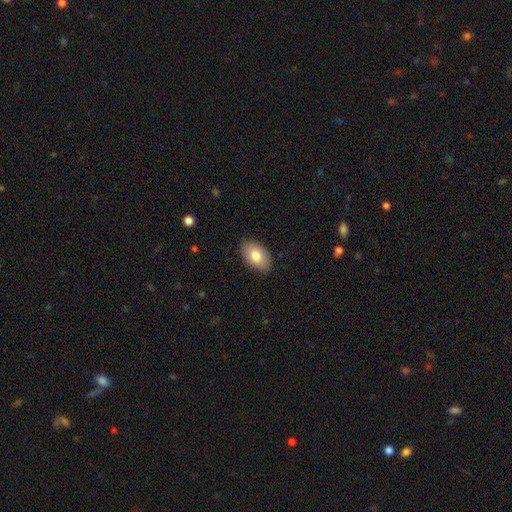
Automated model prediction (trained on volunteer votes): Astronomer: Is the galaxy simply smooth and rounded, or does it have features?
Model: smooth — 81%.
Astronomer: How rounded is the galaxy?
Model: in between — 92%.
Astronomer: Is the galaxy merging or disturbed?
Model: none — 87%.